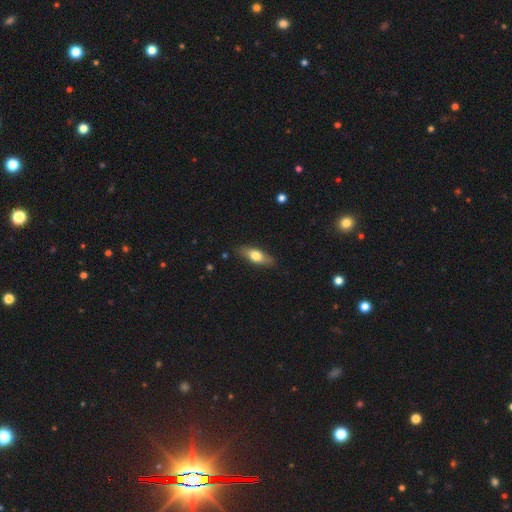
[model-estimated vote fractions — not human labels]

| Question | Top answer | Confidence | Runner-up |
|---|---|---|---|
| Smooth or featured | smooth | 65% | featured or disk (29%) |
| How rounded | in between | 65% | cigar-shaped (32%) |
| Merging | none | 85% | minor disturbance (11%) |